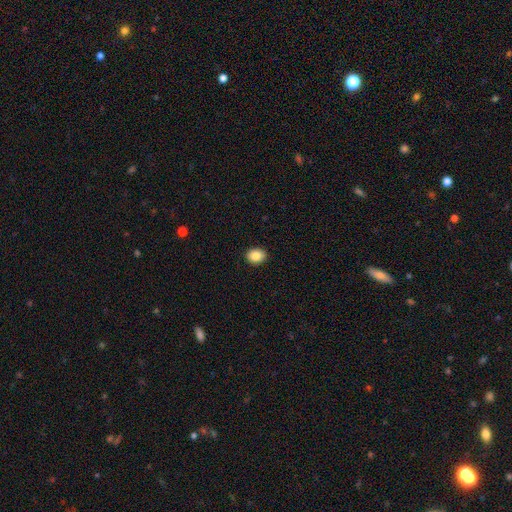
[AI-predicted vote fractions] A smooth galaxy with no disk features (86%) that is round (52%). Merging: none (91%).